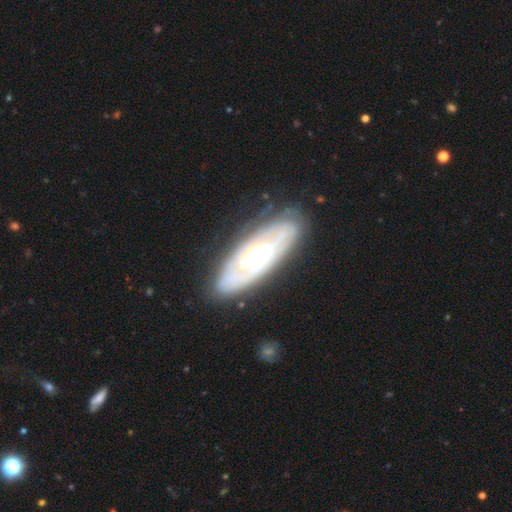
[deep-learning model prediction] A featured or disk galaxy (78%) with no bar (54%), spiral arms (58%) and a moderate central bulge (56%).

Vote fractions:
- Smooth or featured? featured or disk: 78% / smooth: 17% / star or artifact: 5%
- Edge-on disk? no: 79% / yes: 21%
- Bar? no: 54% / weak: 26% / strong: 20%
- Spiral arms? yes: 58% / no: 42%
- Bulge size? moderate: 56% / large: 34% / small: 5% / dominant: 3% / none: 1%
- Merging? none: 78% / minor disturbance: 16% / major disturbance: 5% / merger: 2%